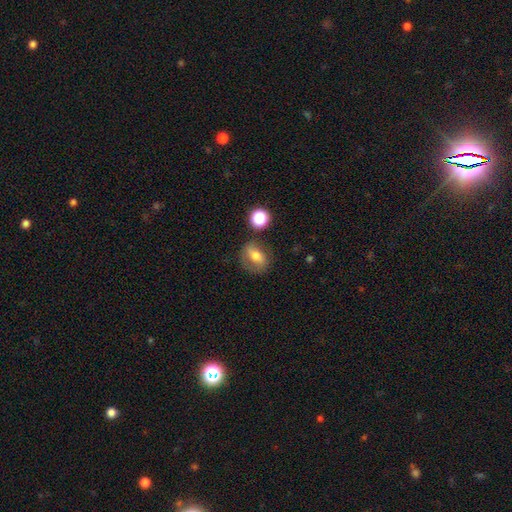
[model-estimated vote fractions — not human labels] Smooth or featured? Predicted: smooth (p=0.54). How rounded? Predicted: in between (p=0.56). Merging? Predicted: none (p=0.61).